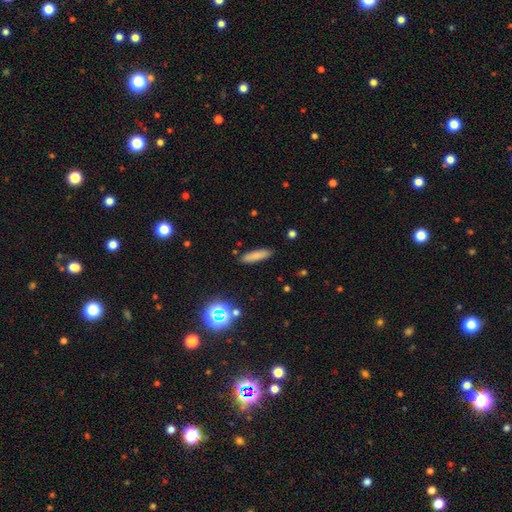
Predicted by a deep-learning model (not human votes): This is clearly a smooth galaxy (80%). How rounded: likely cigar-shaped (70%). Merging: clearly none (88%).